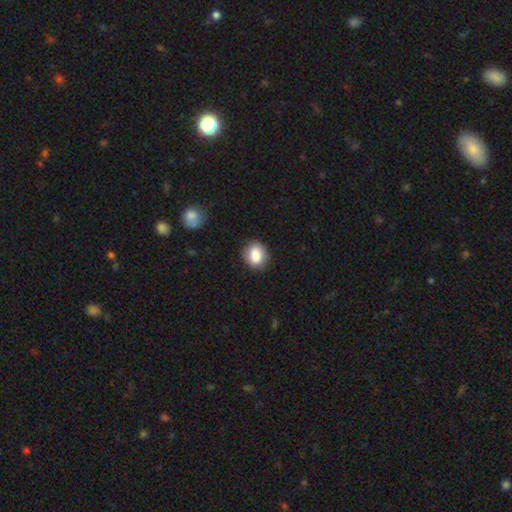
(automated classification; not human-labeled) Q: Smooth or featured?
A: smooth (83%); runner-up: featured or disk (9%)
Q: How rounded?
A: in between (51%); runner-up: round (48%)
Q: Merging?
A: none (84%); runner-up: minor disturbance (11%)